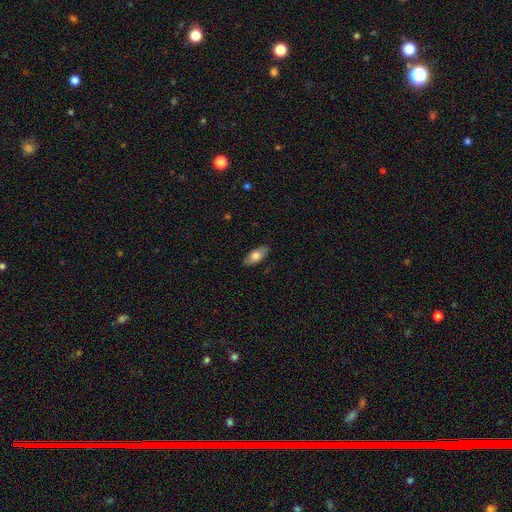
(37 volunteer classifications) Smooth or featured: smooth — 62% (featured or disk — 35%)
How rounded: in between — 87% (cigar-shaped — 9%)
Merging: none — 86% (minor disturbance — 8%)